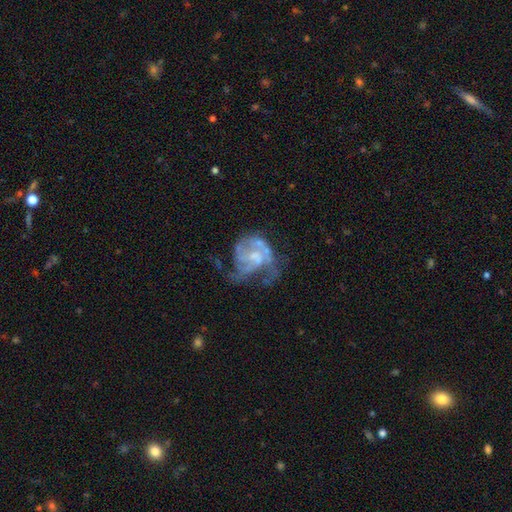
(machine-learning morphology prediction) Smooth or featured? featured or disk (75%)
Edge-on disk? no (98%)
Bar? no (69%)
Spiral arms? yes (66%)
Bulge size? small (35%)
Merging? major disturbance (39%)